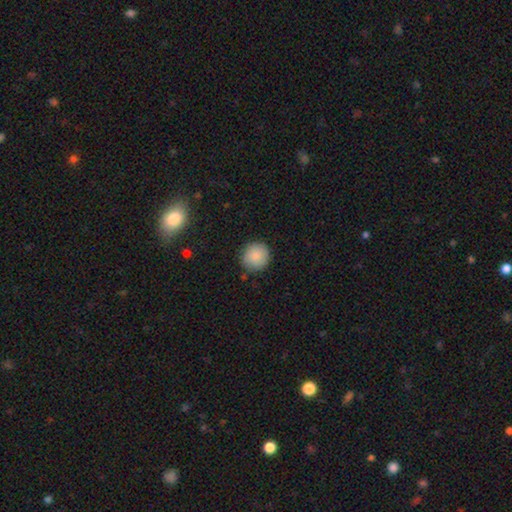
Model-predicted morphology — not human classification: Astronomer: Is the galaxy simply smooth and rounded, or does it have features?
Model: smooth — 86%.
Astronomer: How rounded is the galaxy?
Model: round — 91%.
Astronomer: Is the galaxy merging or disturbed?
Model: none — 84%.